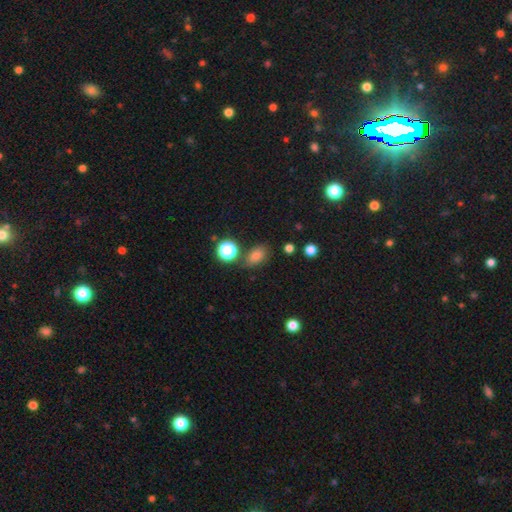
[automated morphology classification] The model was most divided on "how rounded": in between: 77%, round: 21%, cigar-shaped: 2%. More confident: smooth or featured — smooth (77%); merging — none (75%).